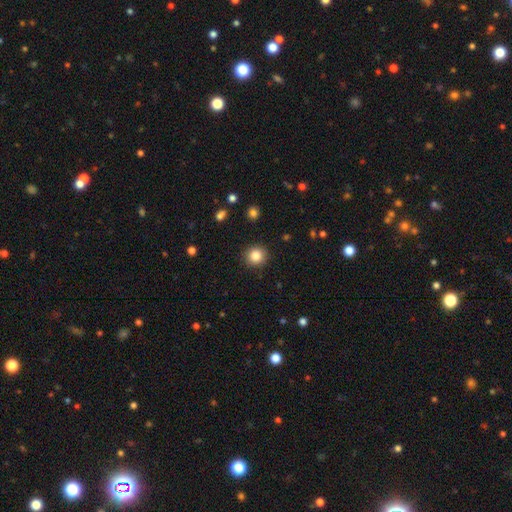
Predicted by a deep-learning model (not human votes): This is clearly a smooth galaxy (85%). How rounded: clearly round (92%). Merging: clearly none (91%).